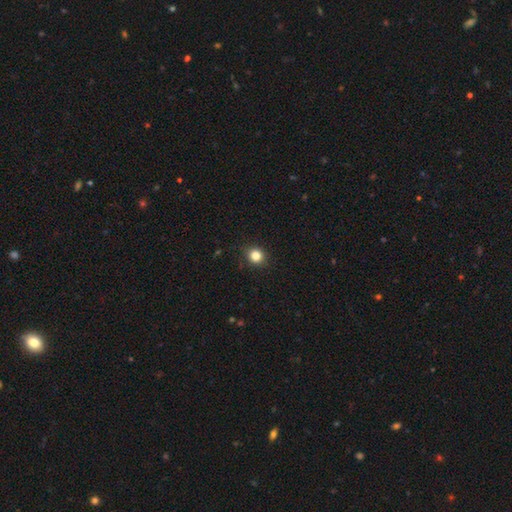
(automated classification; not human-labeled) Smooth or featured? Predicted: smooth (p=0.84). How rounded? Predicted: round (p=0.85). Merging? Predicted: none (p=0.89).